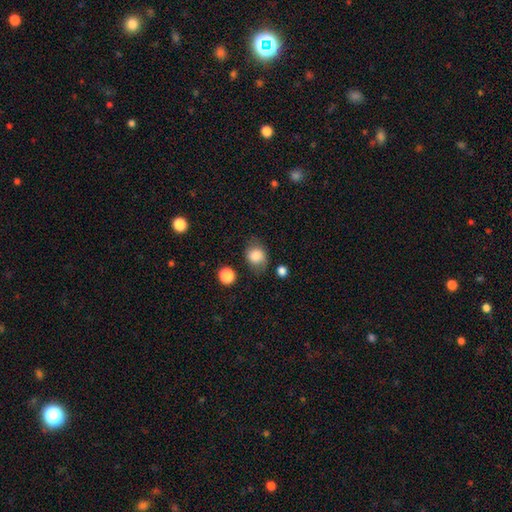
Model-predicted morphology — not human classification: Smooth or featured: smooth — 82% (star or artifact — 9%)
How rounded: round — 55% (in between — 44%)
Merging: none — 68% (minor disturbance — 22%)